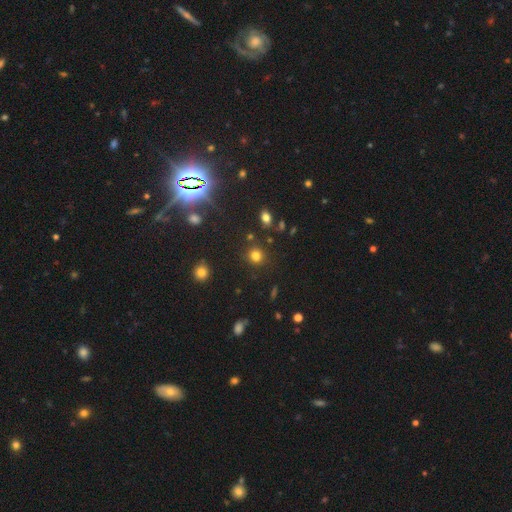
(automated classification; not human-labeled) Smooth or featured?
  - smooth: 76% *
  - star or artifact: 18%
  - featured or disk: 6%
How rounded?
  - round: 84% *
  - in between: 15%
  - cigar-shaped: 1%
Merging?
  - none: 84% *
  - minor disturbance: 9%
  - merger: 4%
  - major disturbance: 3%